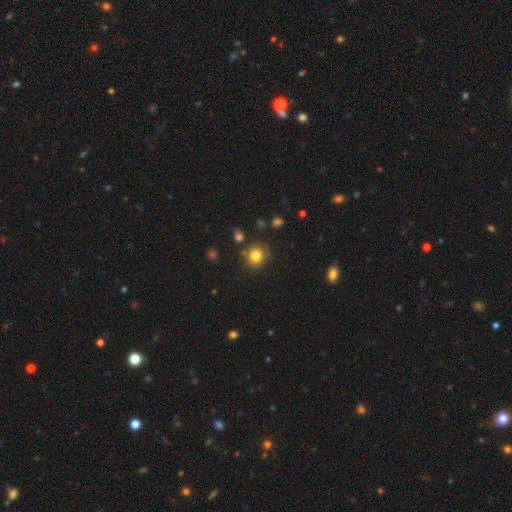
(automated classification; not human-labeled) Smooth or featured? Predicted: smooth (p=0.81). How rounded? Predicted: round (p=0.85). Merging? Predicted: none (p=0.81).